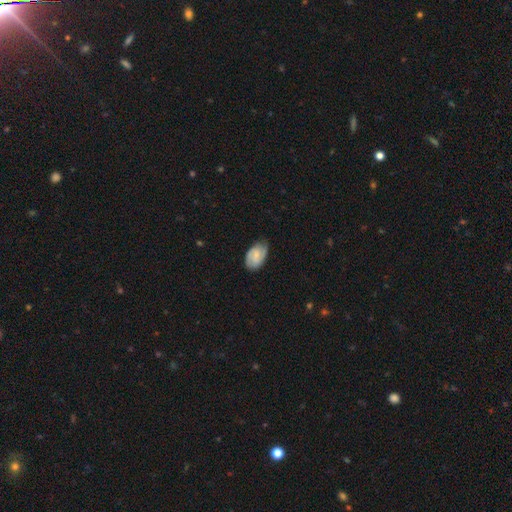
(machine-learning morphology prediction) smooth-or-featured: featured or disk: 54% | smooth: 39% | star or artifact: 7%
  disk-edge-on: no: 97% | yes: 3%
    bar: weak: 49% | no: 39% | strong: 12%
    has-spiral-arms: yes: 89% | no: 11%
    bulge-size: small: 52% | moderate: 25% | none: 20% | large: 2% | dominant: 1%
  merging: none: 70% | minor disturbance: 24% | major disturbance: 5% | merger: 1%